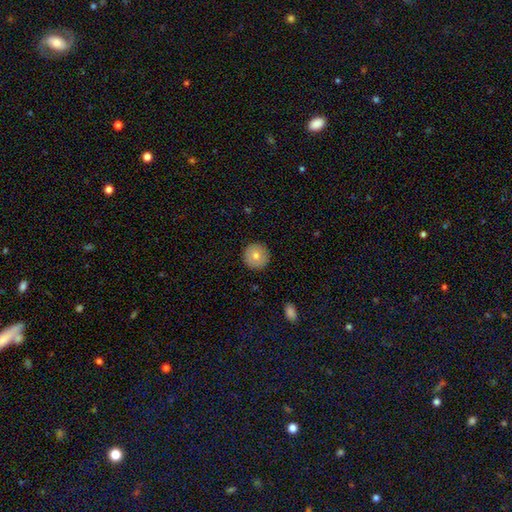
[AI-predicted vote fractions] Smooth or featured?
  - smooth: 76% *
  - featured or disk: 16%
  - star or artifact: 8%
How rounded?
  - round: 96% *
  - in between: 3%
  - cigar-shaped: 1%
Merging?
  - none: 92% *
  - minor disturbance: 5%
  - major disturbance: 2%
  - merger: 1%